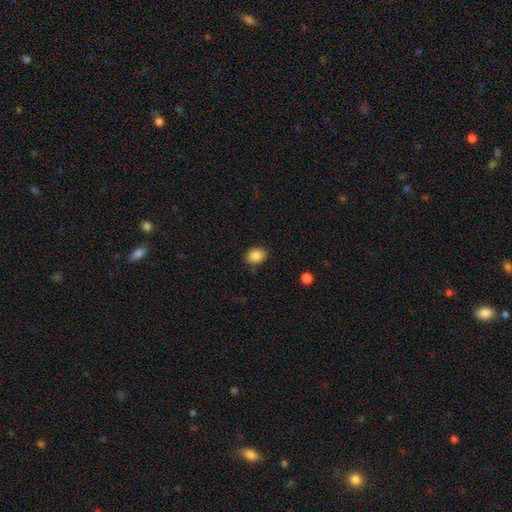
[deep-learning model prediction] This appears to be a smooth galaxy with no disk features (87%) that is in between round and cigar-shaped (59%). Merging: none (86%).